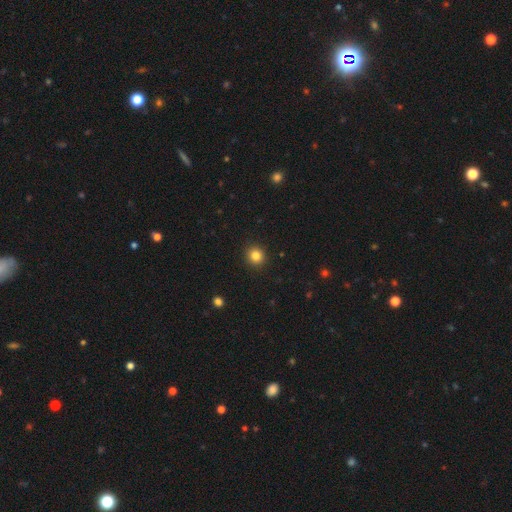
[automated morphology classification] The model was most divided on "smooth or featured": smooth: 84%, star or artifact: 12%, featured or disk: 5%. More confident: merging — none (92%); how rounded — round (91%).